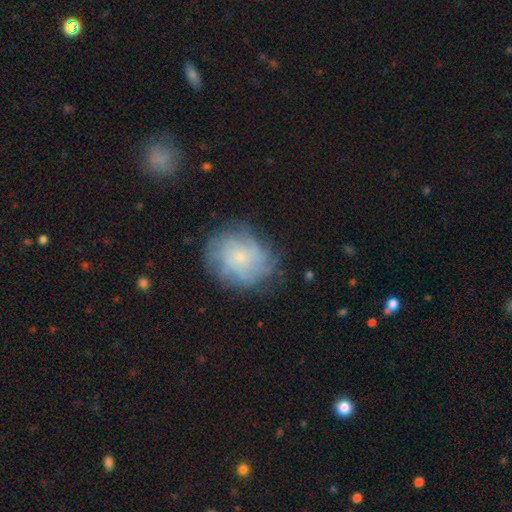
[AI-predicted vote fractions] smooth-or-featured: featured or disk: 60% | smooth: 31% | star or artifact: 10%
  disk-edge-on: no: 98% | yes: 2%
    bar: no: 79% | weak: 18% | strong: 2%
    has-spiral-arms: yes: 83% | no: 17%
    bulge-size: small: 66% | moderate: 23% | none: 7% | large: 3% | dominant: 1%
  merging: none: 67% | minor disturbance: 20% | major disturbance: 11% | merger: 2%